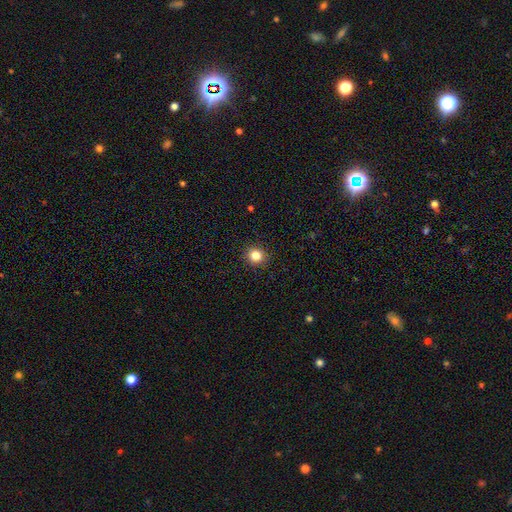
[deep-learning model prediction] Smooth or featured? Predicted: smooth (p=0.83). How rounded? Predicted: round (p=0.89). Merging? Predicted: none (p=0.92).